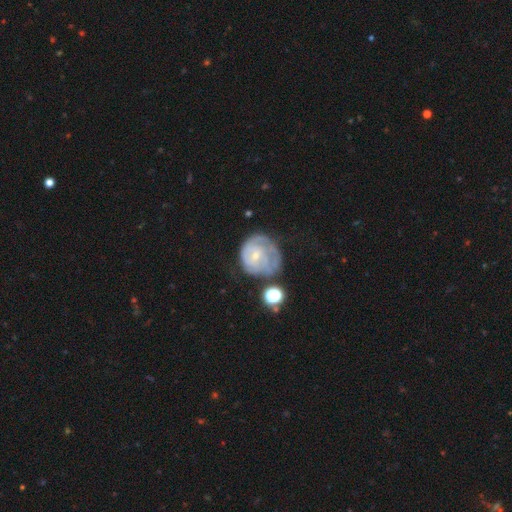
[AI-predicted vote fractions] A featured or disk galaxy (64%) with no bar (69%), spiral arms (73%) and a small central bulge (71%). Merging: none (41%).